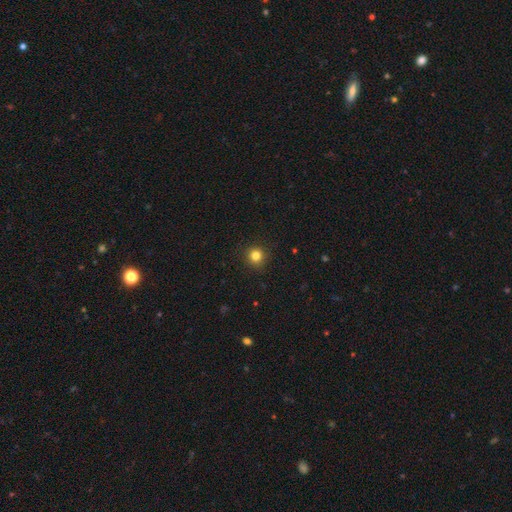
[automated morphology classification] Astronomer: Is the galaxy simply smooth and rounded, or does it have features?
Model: smooth — 82%.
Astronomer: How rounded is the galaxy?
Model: round — 93%.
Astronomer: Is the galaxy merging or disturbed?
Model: none — 92%.